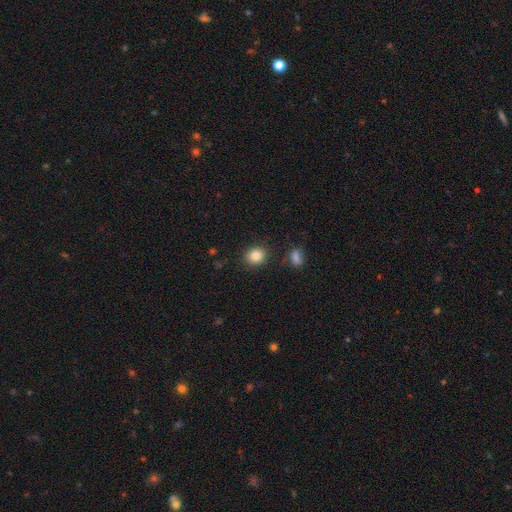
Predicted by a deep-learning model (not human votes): Smooth or featured?
  - smooth: 85% *
  - star or artifact: 10%
  - featured or disk: 5%
How rounded?
  - round: 71% *
  - in between: 28%
  - cigar-shaped: 1%
Merging?
  - none: 86% *
  - minor disturbance: 9%
  - merger: 3%
  - major disturbance: 3%